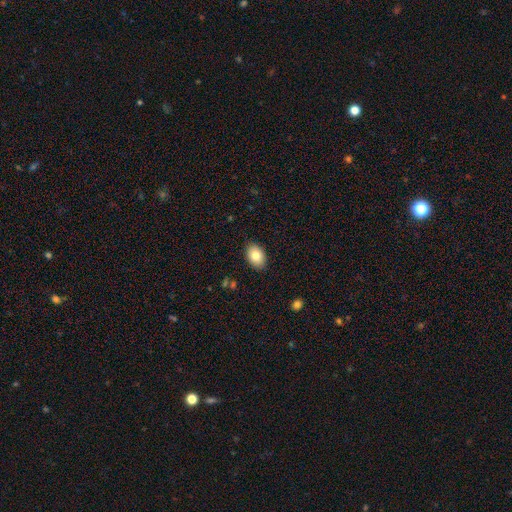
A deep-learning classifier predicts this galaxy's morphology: smooth-or-featured: smooth: 82% | featured or disk: 11% | star or artifact: 7%
  how-rounded: in between: 86% | round: 13% | cigar-shaped: 1%
  merging: none: 87% | minor disturbance: 9% | major disturbance: 2% | merger: 1%